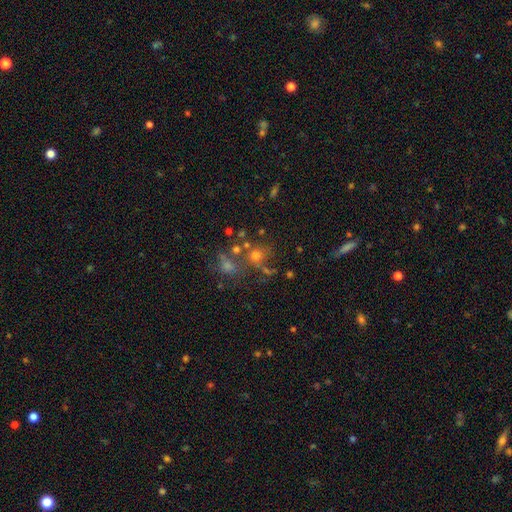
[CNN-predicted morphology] A smooth galaxy with no disk features (45%). Merging: none (52%).